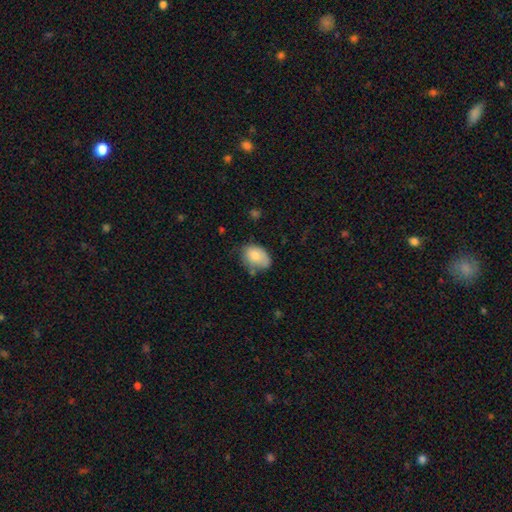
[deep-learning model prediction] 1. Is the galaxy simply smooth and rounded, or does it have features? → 80% smooth, 12% featured or disk, 8% star or artifact.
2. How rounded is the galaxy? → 79% in between, 20% round, 1% cigar-shaped.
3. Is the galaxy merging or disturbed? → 53% none, 33% minor disturbance, 9% major disturbance, 5% merger.